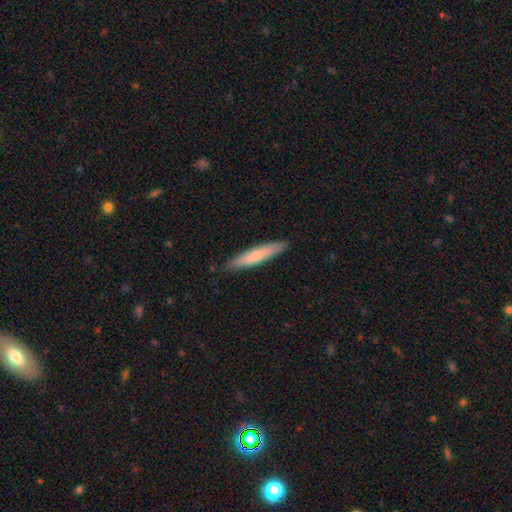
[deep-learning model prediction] Smooth or featured? smooth (67%)
How rounded? cigar-shaped (90%)
Merging? none (88%)